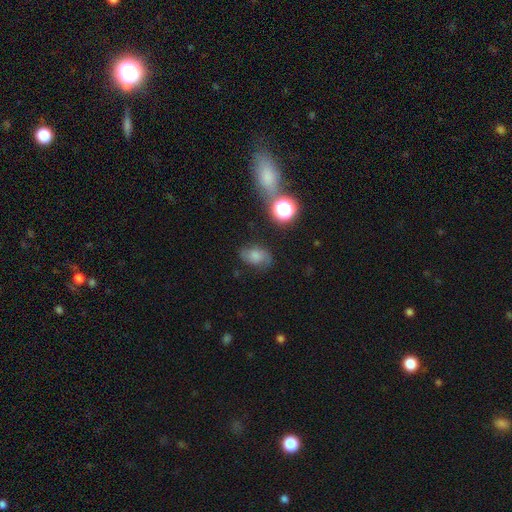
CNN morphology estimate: A smooth galaxy with no disk features (50%) that is in between round and cigar-shaped (78%). Merging: none (63%).